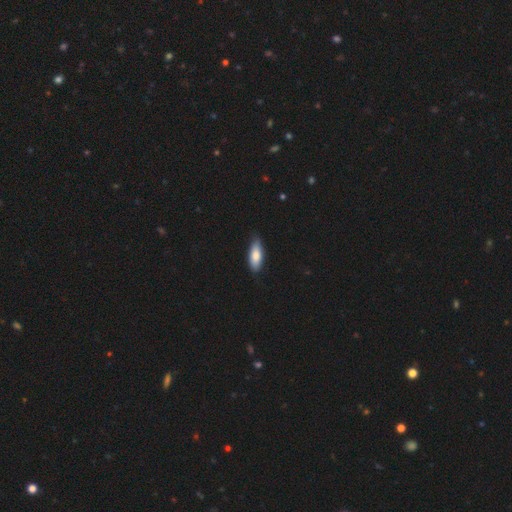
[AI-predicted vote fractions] Morphology: type=smooth (80%); roundness=in between (74%); merging=none (80%).